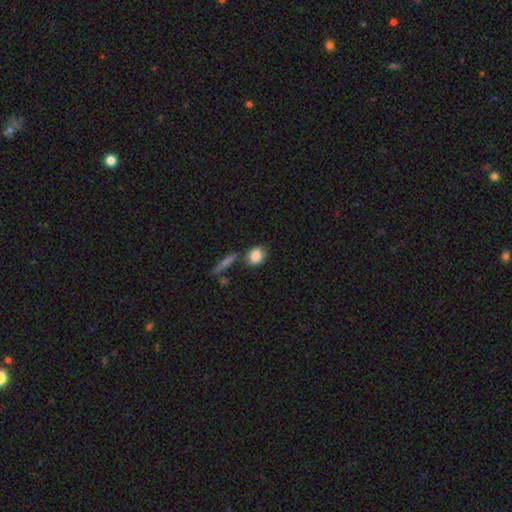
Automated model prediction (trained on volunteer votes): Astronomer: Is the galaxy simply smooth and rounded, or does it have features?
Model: smooth — 85%.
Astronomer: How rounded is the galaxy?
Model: in between — 48%, tied with round at 48%.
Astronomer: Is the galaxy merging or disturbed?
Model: none — 66%.